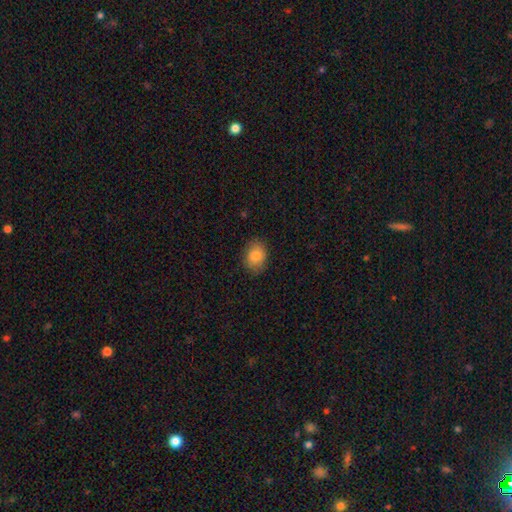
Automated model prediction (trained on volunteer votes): A smooth galaxy with no disk features (85%) that is in between round and cigar-shaped (63%).

Vote fractions:
- Smooth or featured? smooth: 85% / star or artifact: 8% / featured or disk: 7%
- How rounded? in between: 63% / round: 36% / cigar-shaped: 1%
- Merging? none: 84% / minor disturbance: 12% / major disturbance: 3% / merger: 1%